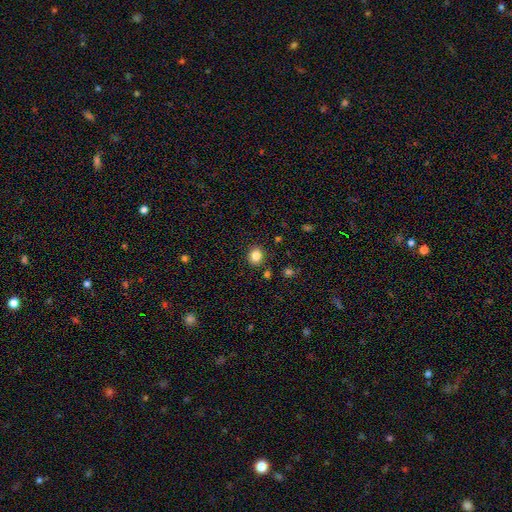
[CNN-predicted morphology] Overall: smooth (84%). How rounded: round (74%). Merging: none (88%).